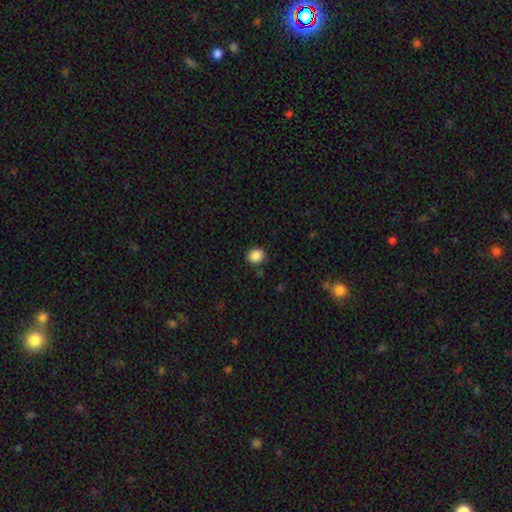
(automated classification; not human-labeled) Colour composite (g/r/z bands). It shows a smooth galaxy with no disk features (88%) that is round (78%). Merging: none (87%).